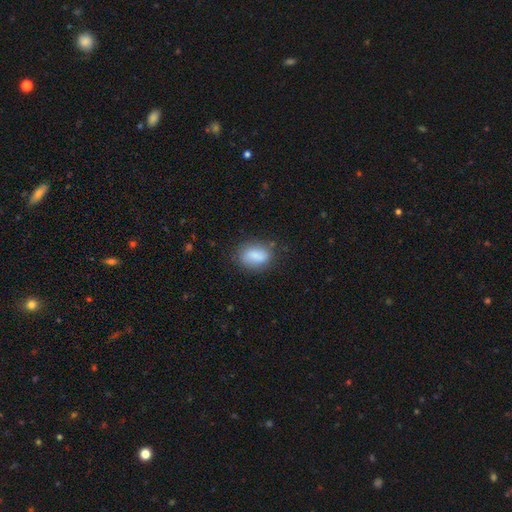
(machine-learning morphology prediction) Q: Smooth or featured?
A: smooth (84%); runner-up: featured or disk (8%)
Q: How rounded?
A: in between (80%); runner-up: round (17%)
Q: Merging?
A: none (72%); runner-up: minor disturbance (19%)